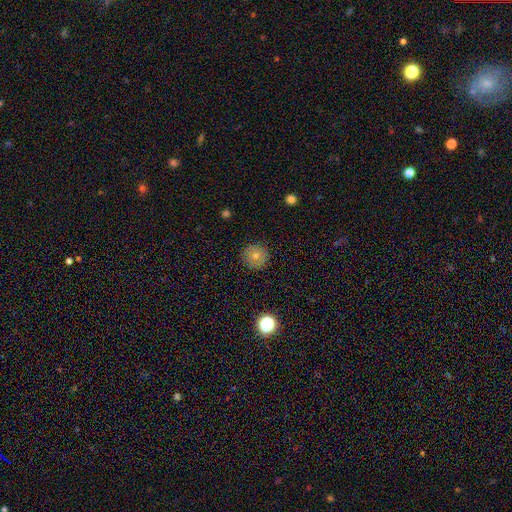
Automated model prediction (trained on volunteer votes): This appears to be a smooth galaxy with no disk features (61%) that is round (95%). Merging: none (89%).